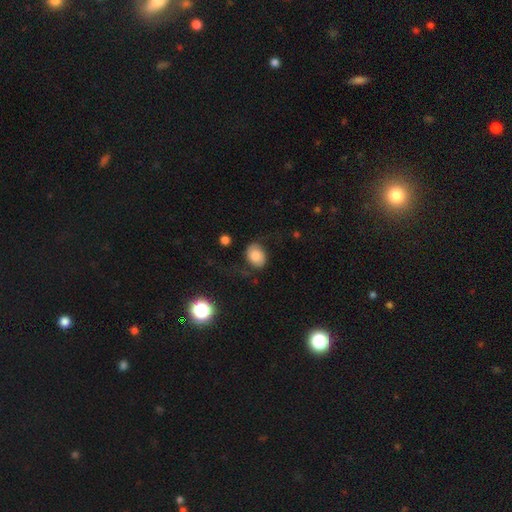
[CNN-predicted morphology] smooth 68%, featured or disk 23%, star or artifact 9%. Down the decision tree: how rounded — in between (67%); merging — none (63%).